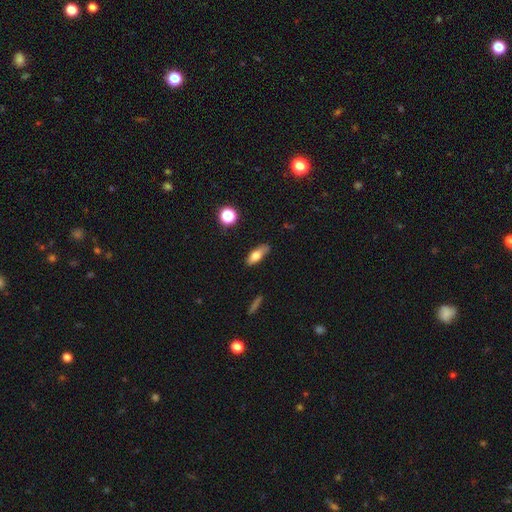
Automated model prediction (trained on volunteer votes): Smooth or featured?
  - smooth: 72% *
  - featured or disk: 20%
  - star or artifact: 9%
How rounded?
  - in between: 69% *
  - cigar-shaped: 26%
  - round: 5%
Merging?
  - none: 69% *
  - minor disturbance: 24%
  - major disturbance: 6%
  - merger: 2%